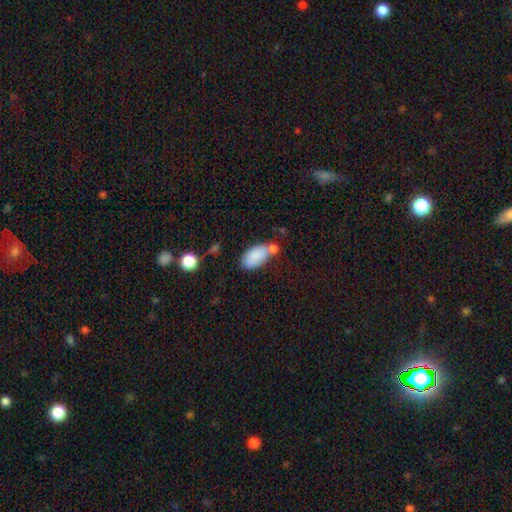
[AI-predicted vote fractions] Smooth or featured?
  - smooth: 84% *
  - featured or disk: 8%
  - star or artifact: 7%
How rounded?
  - in between: 94% *
  - cigar-shaped: 3%
  - round: 3%
Merging?
  - none: 49% *
  - merger: 26%
  - minor disturbance: 19%
  - major disturbance: 6%